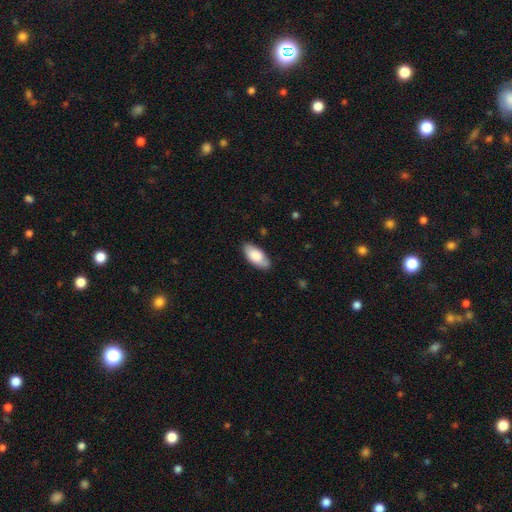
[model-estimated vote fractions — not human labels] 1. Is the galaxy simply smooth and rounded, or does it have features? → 82% smooth, 12% featured or disk, 6% star or artifact.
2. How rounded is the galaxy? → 91% in between, 7% cigar-shaped, 2% round.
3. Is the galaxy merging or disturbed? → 81% none, 15% minor disturbance, 3% major disturbance, 1% merger.